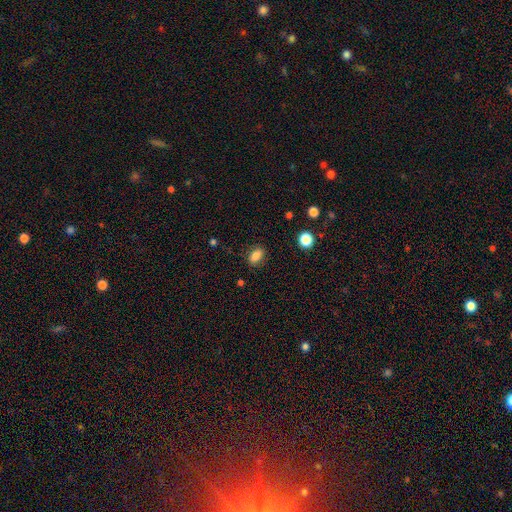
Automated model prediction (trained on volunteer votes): Morphology: type=smooth (84%); roundness=in between (83%); merging=none (85%).